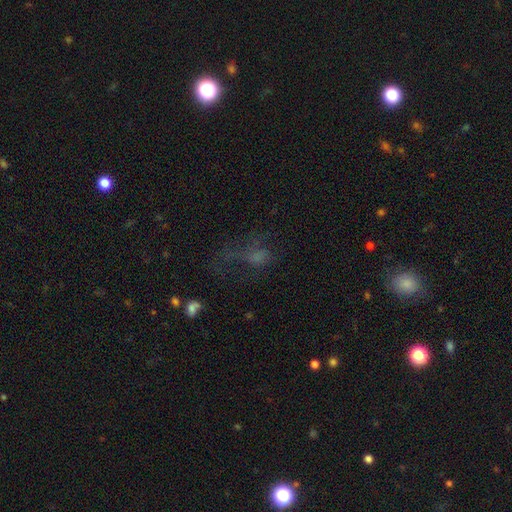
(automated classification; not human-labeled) The model was most divided on "smooth or featured": smooth: 42%, featured or disk: 29%, star or artifact: 29%. Remaining: merging — major disturbance (48%).